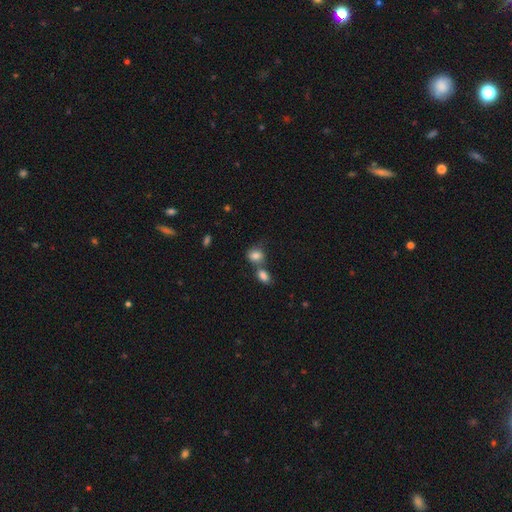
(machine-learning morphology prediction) Q: Smooth or featured?
A: smooth (82%); runner-up: star or artifact (10%)
Q: How rounded?
A: in between (55%); runner-up: round (44%)
Q: Merging?
A: merger (45%); runner-up: none (37%)